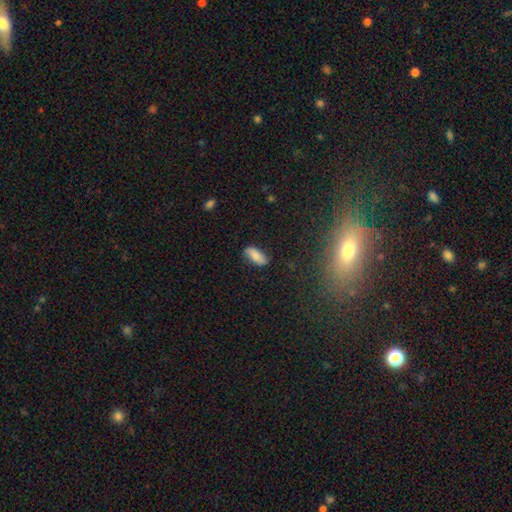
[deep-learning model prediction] A smooth galaxy with no disk features (78%) that is in between round and cigar-shaped (82%). Merging: none (80%).